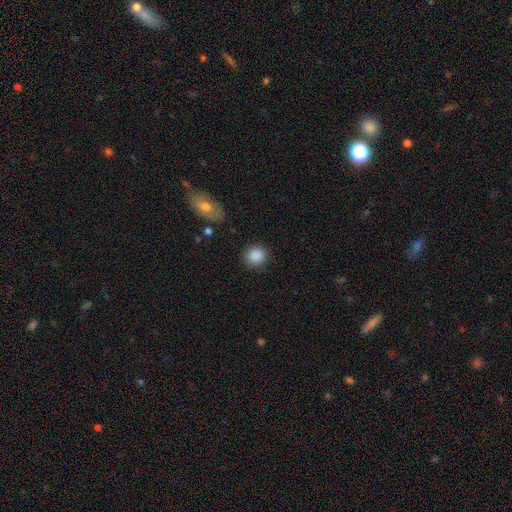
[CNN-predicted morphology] A smooth galaxy with no disk features (88%) that is round (88%). Merging: none (88%).